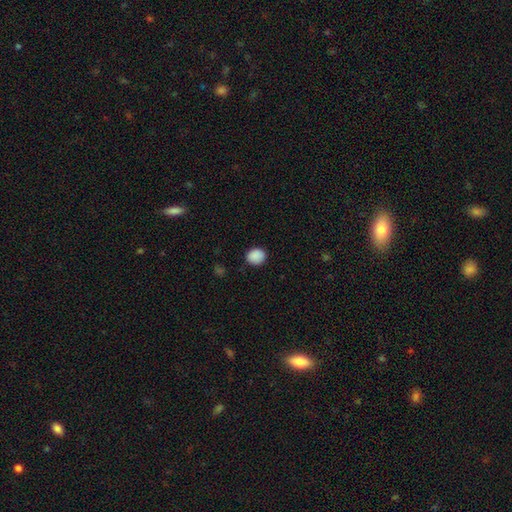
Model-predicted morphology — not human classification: Overall: smooth (89%). How rounded: round (71%). Merging: none (87%).